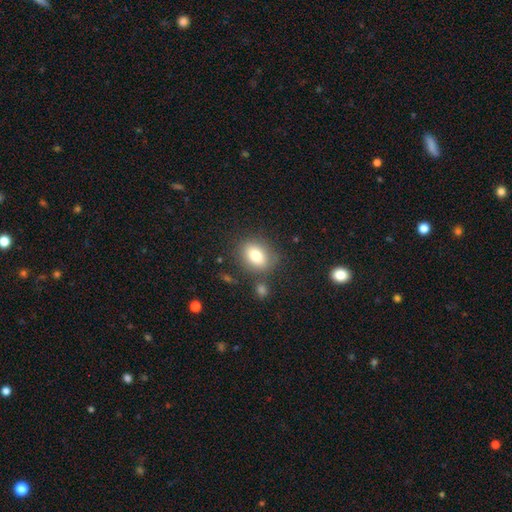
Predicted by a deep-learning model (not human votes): Smooth or featured?
  - smooth: 79% *
  - featured or disk: 11%
  - star or artifact: 9%
How rounded?
  - in between: 65% *
  - round: 33%
  - cigar-shaped: 2%
Merging?
  - none: 75% *
  - minor disturbance: 14%
  - merger: 7%
  - major disturbance: 5%